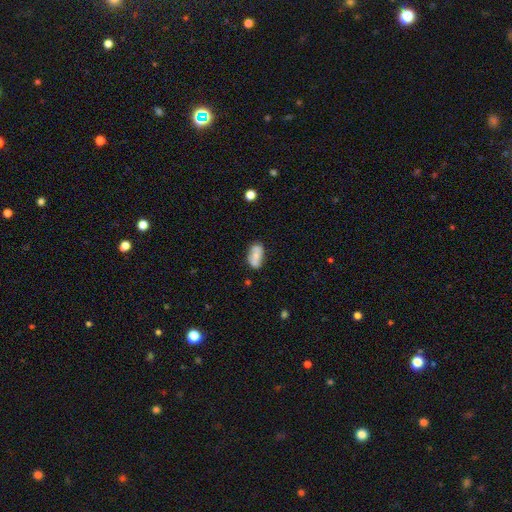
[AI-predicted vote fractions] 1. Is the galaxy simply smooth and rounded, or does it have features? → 61% smooth, 31% featured or disk, 8% star or artifact.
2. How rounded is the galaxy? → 90% in between, 6% round, 4% cigar-shaped.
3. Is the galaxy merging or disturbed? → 68% none, 20% minor disturbance, 7% merger, 5% major disturbance.